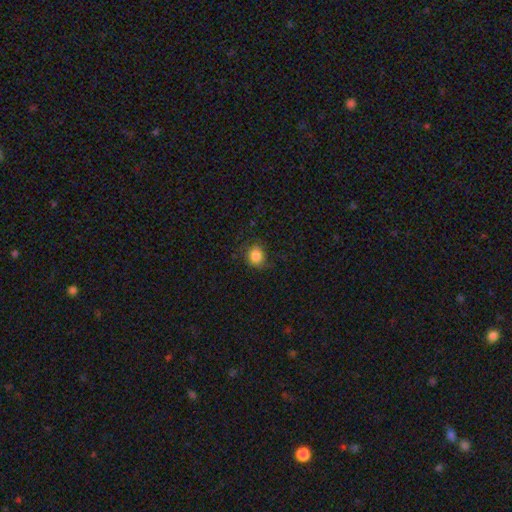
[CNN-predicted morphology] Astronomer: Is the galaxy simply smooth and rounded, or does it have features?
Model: smooth — 83%.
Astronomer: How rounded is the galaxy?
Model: round — 68%.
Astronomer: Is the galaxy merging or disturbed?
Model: none — 68%.